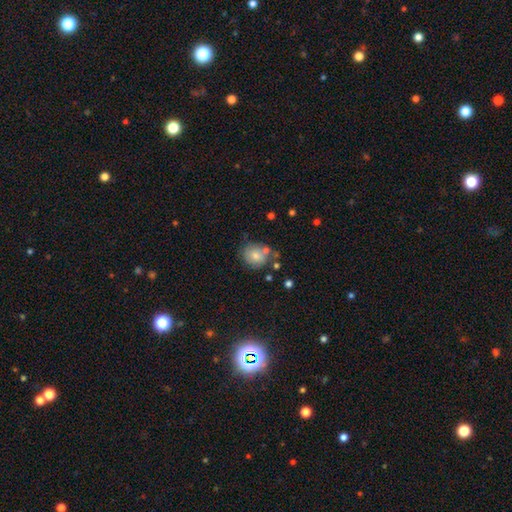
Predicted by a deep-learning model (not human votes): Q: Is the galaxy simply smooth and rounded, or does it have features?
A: smooth — 73%.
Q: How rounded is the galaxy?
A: round — 71%.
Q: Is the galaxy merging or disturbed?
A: none — 59%.